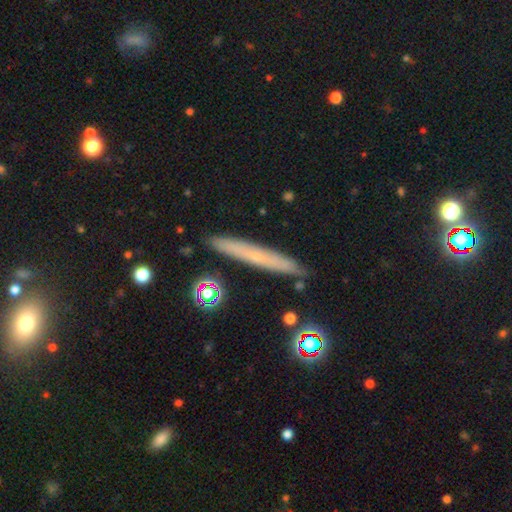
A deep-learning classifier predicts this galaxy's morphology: A smooth galaxy with no disk features (46%).

Vote fractions:
- Smooth or featured? smooth: 46% / featured or disk: 43% / star or artifact: 12%
- Merging? none: 86% / minor disturbance: 10% / merger: 2% / major disturbance: 2%